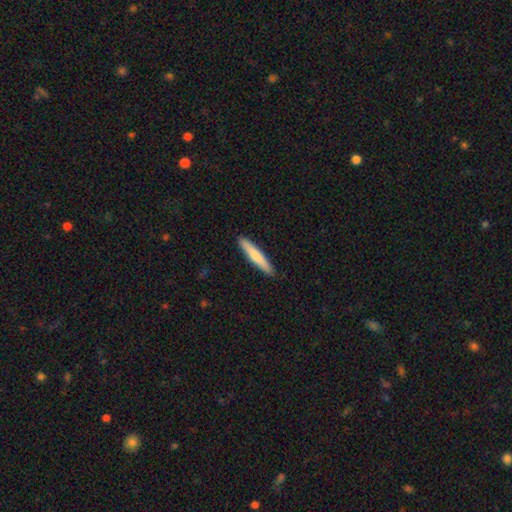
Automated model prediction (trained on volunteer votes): This is likely a smooth galaxy (70%). How rounded: clearly cigar-shaped (92%). Merging: clearly none (91%).